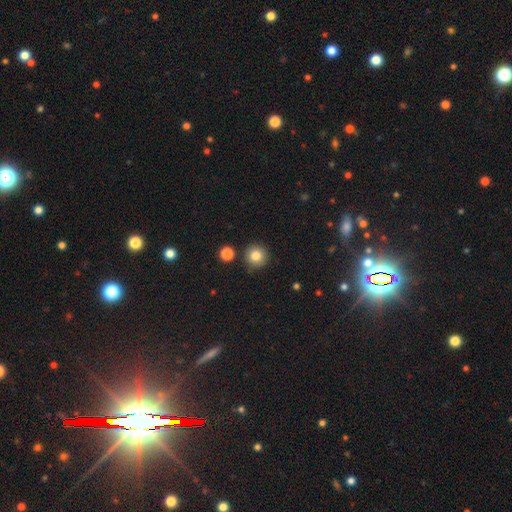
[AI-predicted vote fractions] This is clearly a smooth galaxy (82%). How rounded: clearly round (94%). Merging: clearly none (86%).